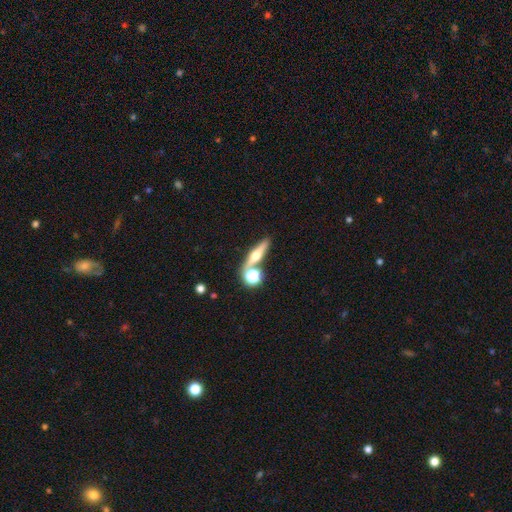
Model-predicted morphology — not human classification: smooth_or_featured: featured or disk (p=0.53) [alt: smooth p=0.37]
disk_edge_on: yes (p=0.89) [alt: no p=0.11]
merging: none (p=0.68) [alt: merger p=0.19]